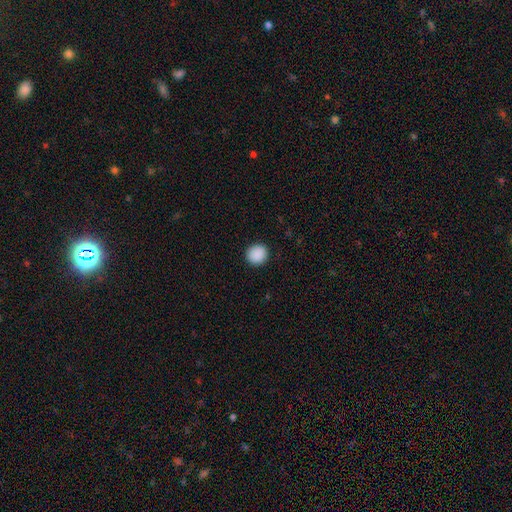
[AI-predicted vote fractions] Smooth or featured? Predicted: smooth (p=0.90). How rounded? Predicted: round (p=0.87). Merging? Predicted: none (p=0.91).